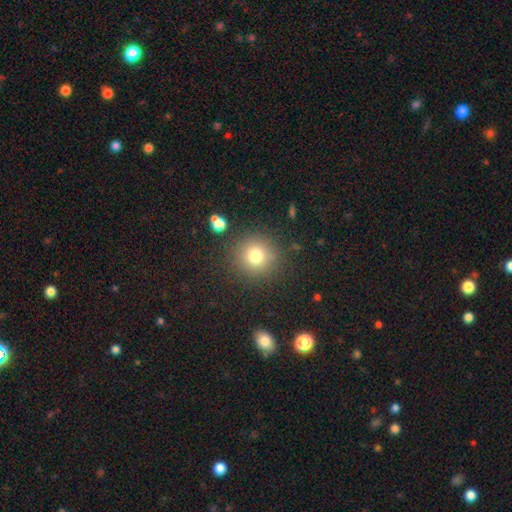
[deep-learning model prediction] smooth_or_featured: smooth (p=0.78) [alt: star or artifact p=0.14]
how_rounded: round (p=0.92) [alt: in between p=0.07]
merging: none (p=0.87) [alt: minor disturbance p=0.07]